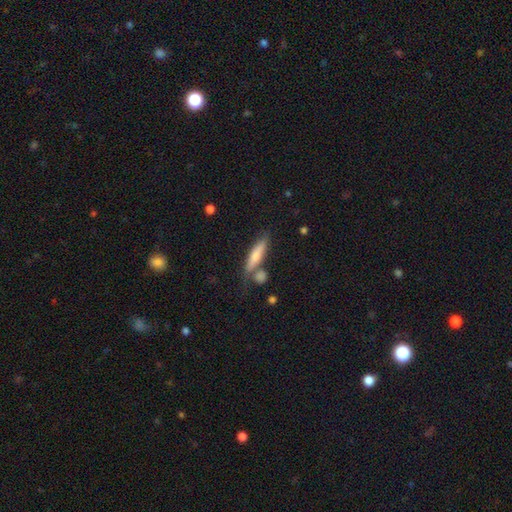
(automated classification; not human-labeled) Smooth or featured? smooth (61%)
How rounded? cigar-shaped (78%)
Merging? none (63%)